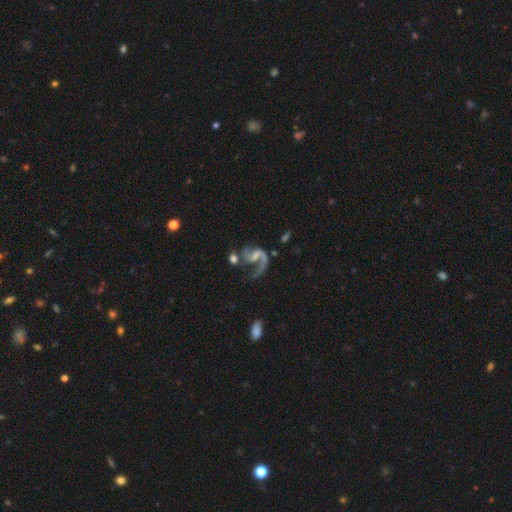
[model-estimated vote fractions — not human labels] smooth-or-featured: featured or disk: 85% | smooth: 8% | star or artifact: 7%
  disk-edge-on: no: 98% | yes: 2%
    bar: weak: 46% | no: 32% | strong: 22%
    has-spiral-arms: yes: 94% | no: 6%
      spiral-winding: loose: 58% | medium: 35% | tight: 7%
      spiral-arm-count: 2: 61% | 1: 35% | can't tell: 2% | 3: 1% | 4: 1% | more than 4: 1%
    bulge-size: none: 40% | small: 37% | moderate: 18% | large: 4% | dominant: 1%
  merging: none: 37% | major disturbance: 31% | merger: 18% | minor disturbance: 15%